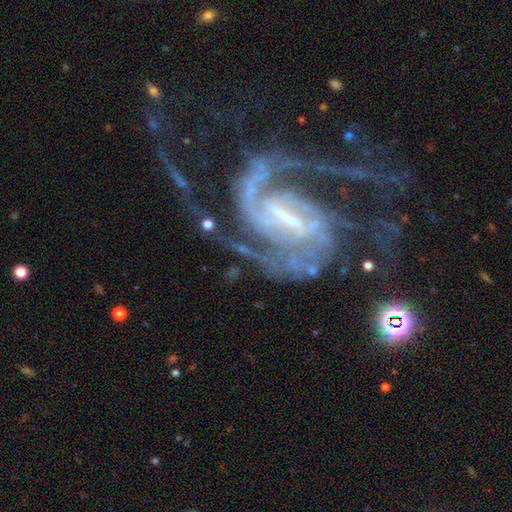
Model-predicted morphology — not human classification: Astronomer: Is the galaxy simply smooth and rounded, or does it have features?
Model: featured or disk — 92%.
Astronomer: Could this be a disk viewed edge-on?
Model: no — 97%.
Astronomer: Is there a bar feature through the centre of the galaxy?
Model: strong — 53% (runner-up: weak, 37%).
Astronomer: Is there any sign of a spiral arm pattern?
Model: yes — 97%.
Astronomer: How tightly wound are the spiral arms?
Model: medium — 53% (runner-up: tight, 30%).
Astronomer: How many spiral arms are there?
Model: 2 — 74%.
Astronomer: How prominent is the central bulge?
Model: small — 57%.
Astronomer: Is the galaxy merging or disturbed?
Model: none — 45% (runner-up: major disturbance, 35%).